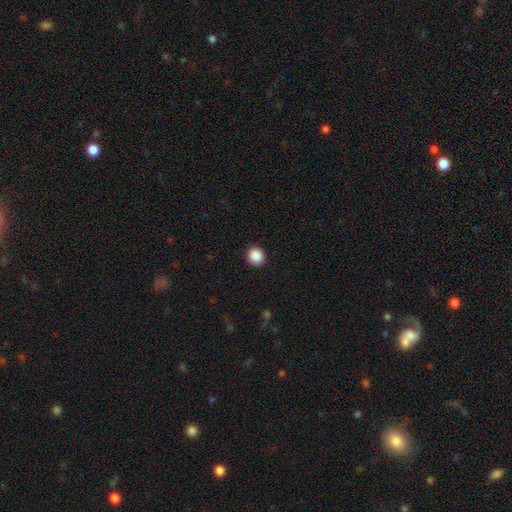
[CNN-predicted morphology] Q: Smooth or featured?
A: smooth (89%); runner-up: star or artifact (9%)
Q: How rounded?
A: round (86%); runner-up: in between (13%)
Q: Merging?
A: none (92%); runner-up: minor disturbance (5%)